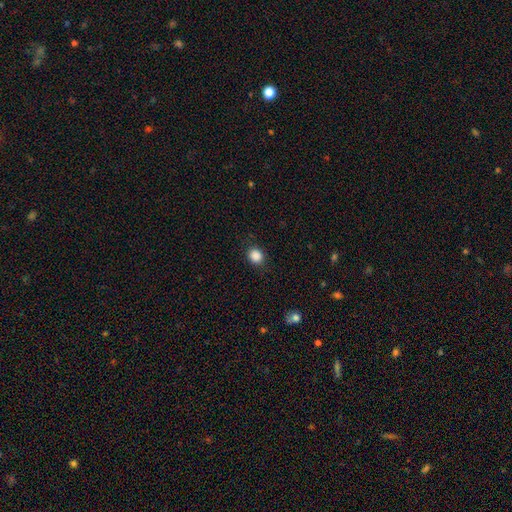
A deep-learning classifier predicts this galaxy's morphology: A smooth galaxy with no disk features (87%) that is round (73%). Merging: none (88%).